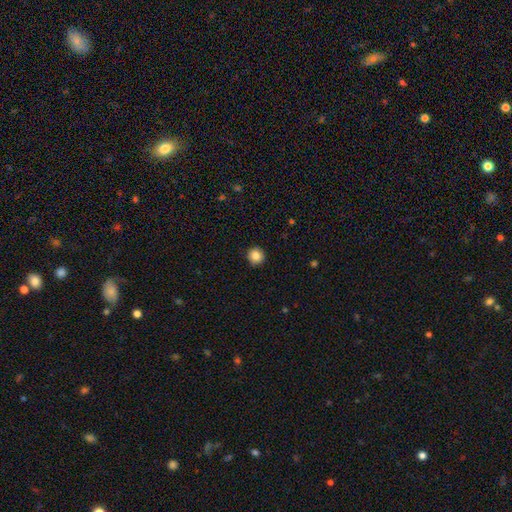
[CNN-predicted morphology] Overall: smooth (84%). How rounded: round (95%). Merging: none (92%).